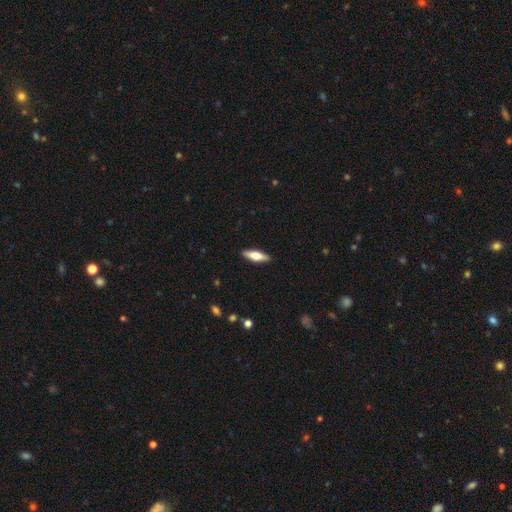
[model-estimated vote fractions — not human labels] smooth_or_featured: smooth (p=0.57) [alt: featured or disk p=0.37]
how_rounded: cigar-shaped (p=0.49) [tied with: in between p=0.49]
merging: none (p=0.90) [alt: minor disturbance p=0.07]